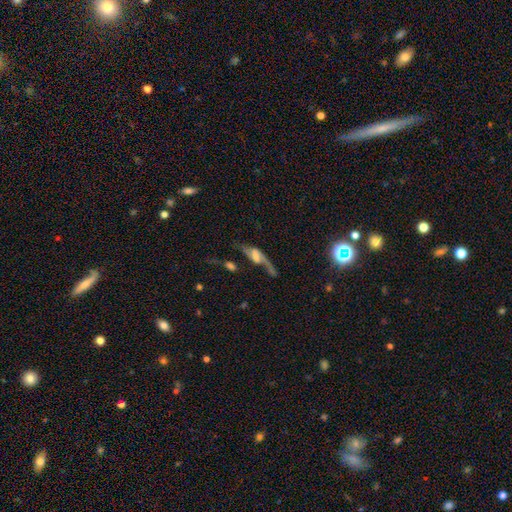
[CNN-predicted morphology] smooth-or-featured: featured or disk: 66% | smooth: 24% | star or artifact: 10%
  disk-edge-on: no: 72% | yes: 28%
  merging: major disturbance: 36% | none: 33% | minor disturbance: 18% | merger: 13%